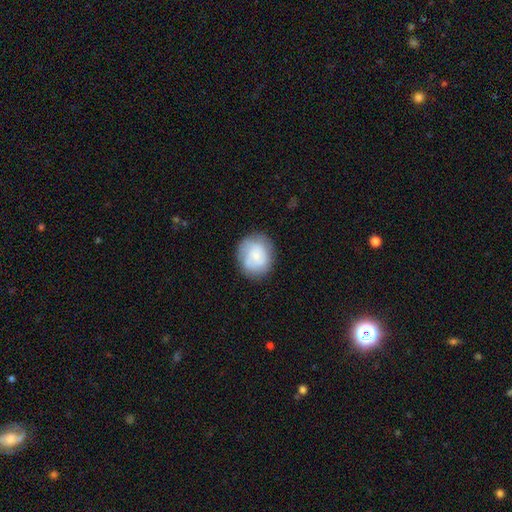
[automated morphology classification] smooth-or-featured: smooth: 57% | featured or disk: 35% | star or artifact: 8%
  how-rounded: round: 78% | in between: 21% | cigar-shaped: 1%
  merging: none: 73% | minor disturbance: 18% | major disturbance: 7% | merger: 2%